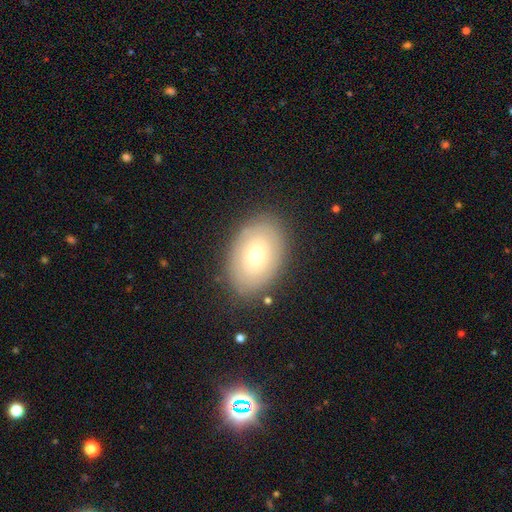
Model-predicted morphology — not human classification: A smooth galaxy with no disk features (63%) that is in between round and cigar-shaped (83%). Merging: none (83%).